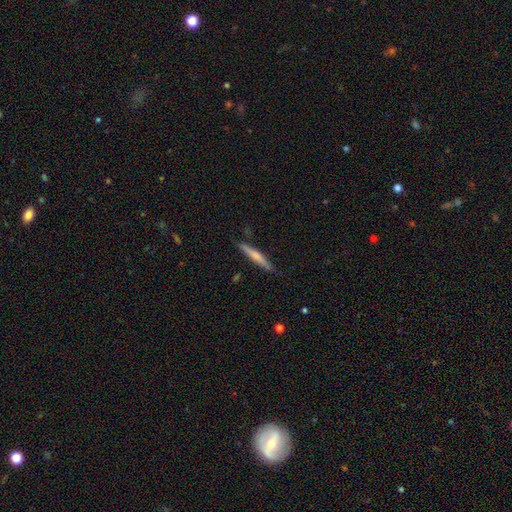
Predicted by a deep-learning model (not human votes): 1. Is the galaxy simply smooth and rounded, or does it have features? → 49% smooth, 45% featured or disk, 6% star or artifact.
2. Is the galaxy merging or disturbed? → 85% none, 12% minor disturbance, 2% major disturbance, 2% merger.